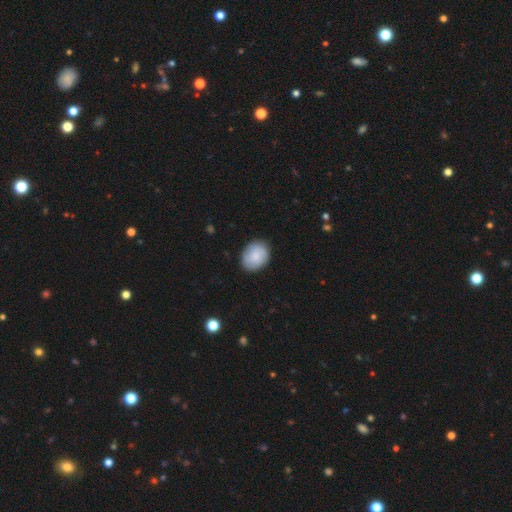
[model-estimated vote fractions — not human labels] Q: Smooth or featured?
A: smooth (83%); runner-up: featured or disk (11%)
Q: How rounded?
A: in between (57%); runner-up: round (42%)
Q: Merging?
A: none (86%); runner-up: minor disturbance (11%)